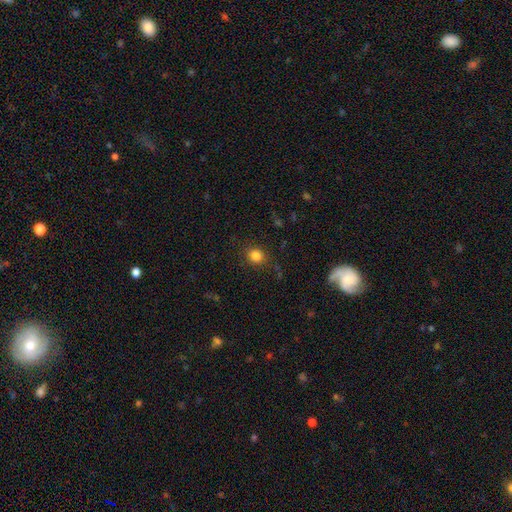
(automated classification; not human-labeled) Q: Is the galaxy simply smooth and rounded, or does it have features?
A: smooth — 82%.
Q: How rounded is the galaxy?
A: round — 77%.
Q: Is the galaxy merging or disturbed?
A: none — 84%.